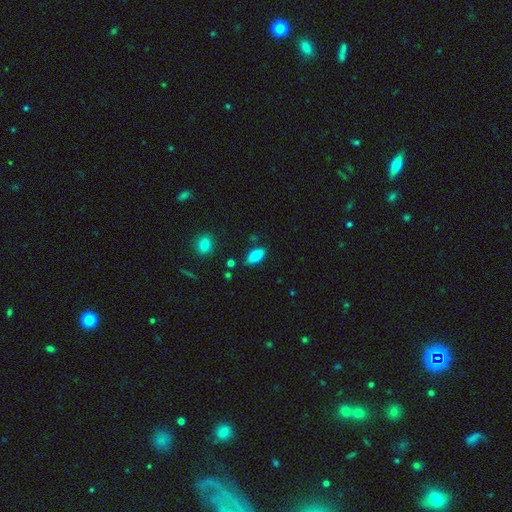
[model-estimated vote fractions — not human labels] smooth-or-featured: smooth: 80% | featured or disk: 13% | star or artifact: 8%
  how-rounded: in between: 88% | cigar-shaped: 9% | round: 3%
  merging: none: 83% | minor disturbance: 12% | merger: 3% | major disturbance: 3%